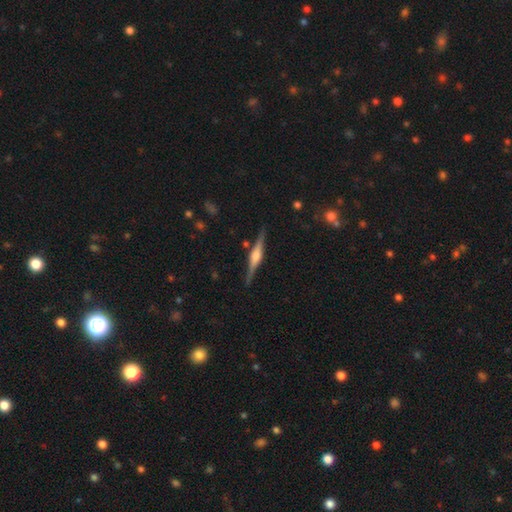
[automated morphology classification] A featured or disk galaxy (81%) viewed edge-on (98%) with a rounded central bulge (75%).

Vote fractions:
- Smooth or featured? featured or disk: 81% / smooth: 14% / star or artifact: 5%
- Edge-on disk? yes: 98% / no: 2%
- Edge-on bulge? rounded: 75% / boxy: 21% / none: 4%
- Merging? none: 88% / minor disturbance: 8% / major disturbance: 2% / merger: 2%